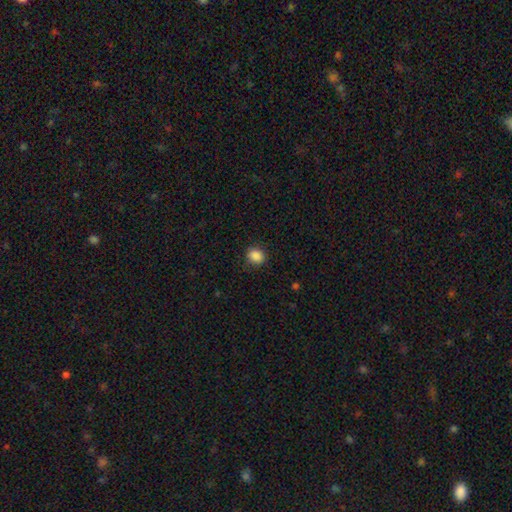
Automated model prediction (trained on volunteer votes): This is clearly a smooth galaxy (87%). How rounded: possibly round (56%). Merging: clearly none (83%).